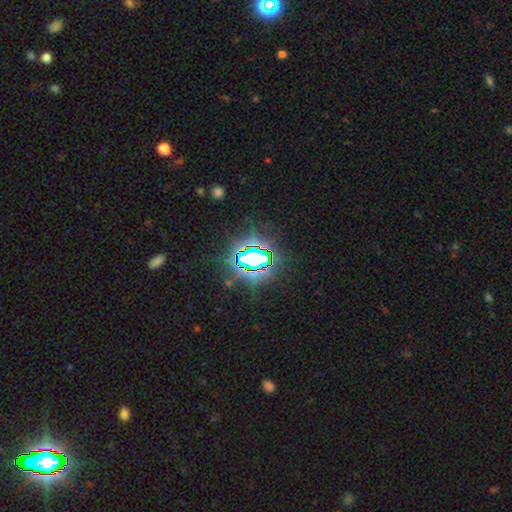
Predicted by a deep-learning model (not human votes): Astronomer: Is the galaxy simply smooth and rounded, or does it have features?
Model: star or artifact — 75%.